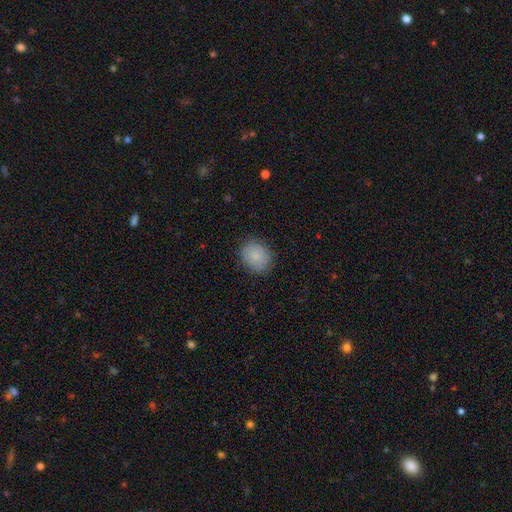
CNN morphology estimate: The model was most divided on "how rounded": round: 63%, in between: 36%, cigar-shaped: 1%. More confident: smooth or featured — smooth (85%); merging — none (84%).